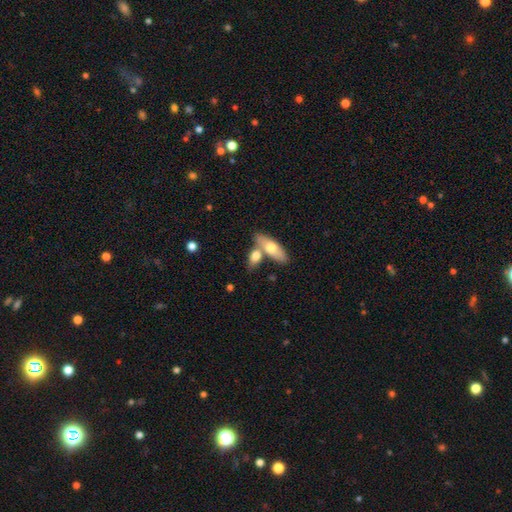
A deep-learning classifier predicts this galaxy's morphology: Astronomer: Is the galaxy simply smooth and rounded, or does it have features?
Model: smooth — 70%.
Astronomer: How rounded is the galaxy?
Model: in between — 70%.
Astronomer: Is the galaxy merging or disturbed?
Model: merger — 44% (runner-up: none, 43%).